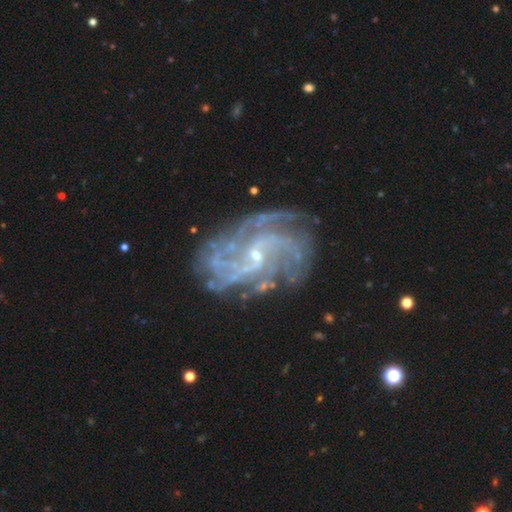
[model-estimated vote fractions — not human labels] Smooth or featured? featured or disk (90%)
Edge-on disk? no (98%)
Bar? no (52%)
Spiral arms? yes (97%)
Spiral winding? medium (44%)
Spiral arm count? 4 (25%)
Bulge size? small (81%)
Merging? none (68%)